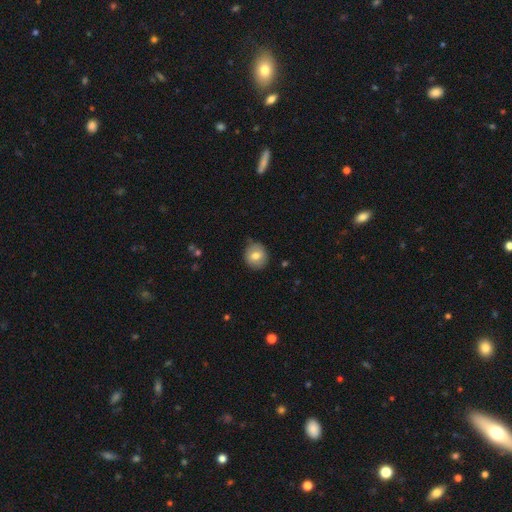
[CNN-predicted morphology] Smooth or featured? smooth (74%)
How rounded? round (85%)
Merging? none (82%)